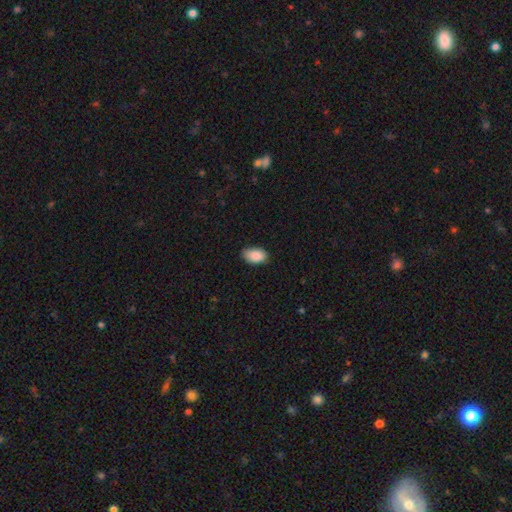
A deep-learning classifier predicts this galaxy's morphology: This is clearly a smooth galaxy (89%). How rounded: clearly in between (93%). Merging: likely none (79%).